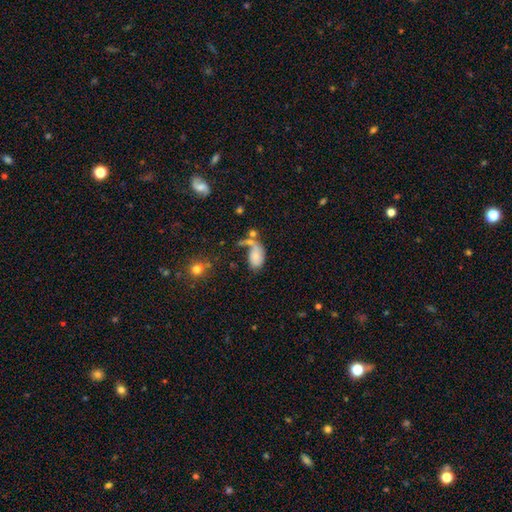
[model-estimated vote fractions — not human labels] Overall: smooth (64%; featured or disk 27%). How rounded: in between (91%). Merging: none (29%; major disturbance 26%).